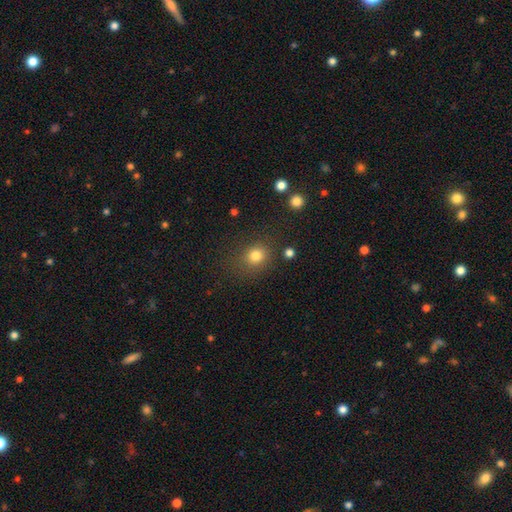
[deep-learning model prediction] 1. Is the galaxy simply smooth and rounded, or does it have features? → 80% smooth, 14% star or artifact, 6% featured or disk.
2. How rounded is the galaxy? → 74% round, 25% in between, 1% cigar-shaped.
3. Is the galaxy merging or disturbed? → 78% none, 13% minor disturbance, 6% major disturbance, 3% merger.